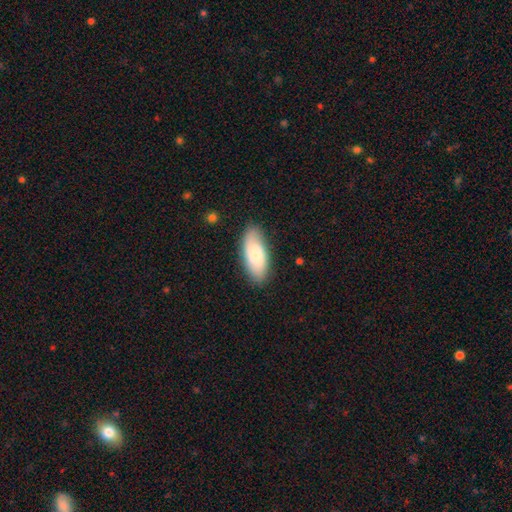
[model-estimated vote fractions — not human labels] A smooth galaxy with no disk features (75%) that is in between round and cigar-shaped (83%). Merging: none (82%).